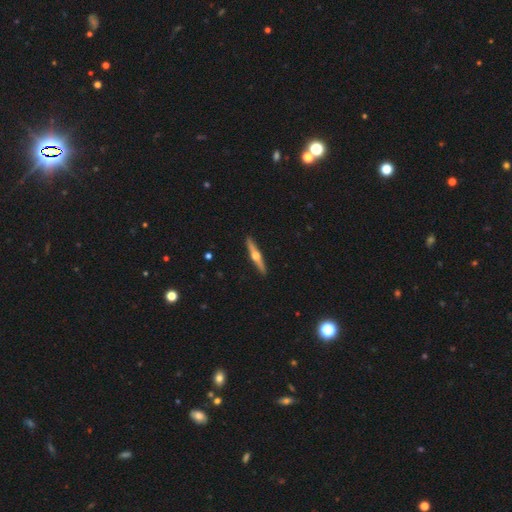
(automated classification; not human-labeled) The model was most divided on "smooth or featured": featured or disk: 72%, smooth: 23%, star or artifact: 5%. More confident: edge-on disk — yes (98%); edge-on bulge — rounded (95%); merging — none (92%).